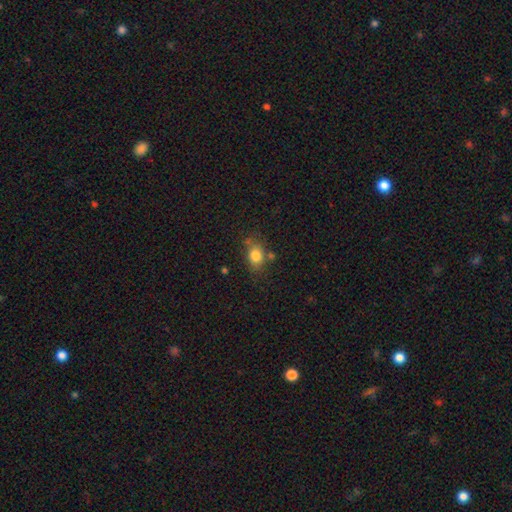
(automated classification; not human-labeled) The model was most divided on "how rounded": in between: 59%, round: 39%, cigar-shaped: 1%. More confident: smooth or featured — smooth (81%); merging — none (68%).